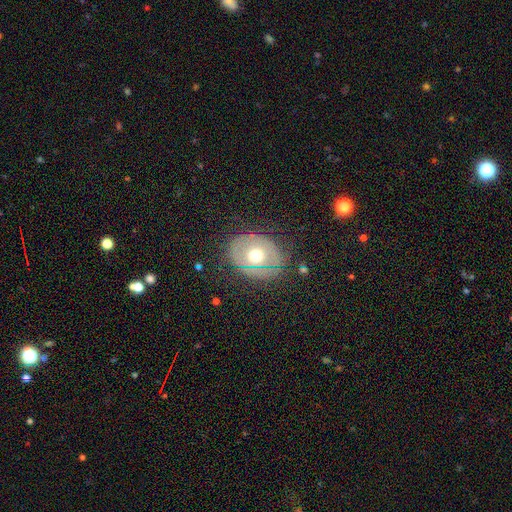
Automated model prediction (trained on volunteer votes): Overall: smooth (50%; featured or disk 39%). How rounded: in between (50%; round 49%). Merging: none (73%).